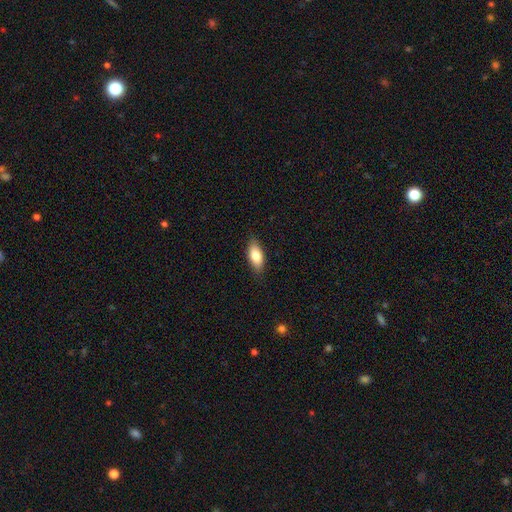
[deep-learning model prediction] This appears to be a smooth galaxy with no disk features (81%) that is in between round and cigar-shaped (86%). Merging: none (85%).